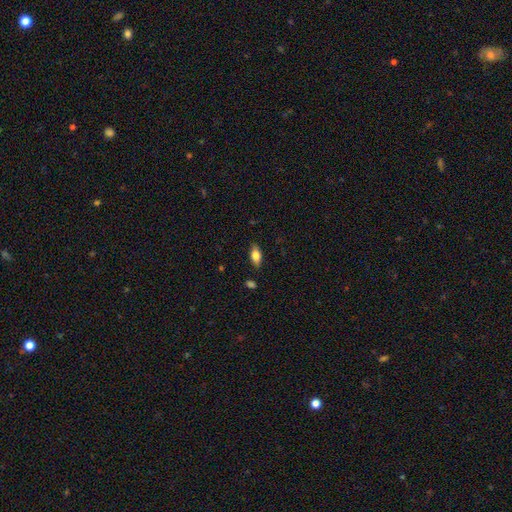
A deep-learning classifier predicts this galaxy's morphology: A smooth galaxy with no disk features (78%) that is in between round and cigar-shaped (87%).

Vote fractions:
- Smooth or featured? smooth: 78% / featured or disk: 15% / star or artifact: 7%
- How rounded? in between: 87% / cigar-shaped: 10% / round: 3%
- Merging? none: 85% / minor disturbance: 11% / major disturbance: 2% / merger: 2%